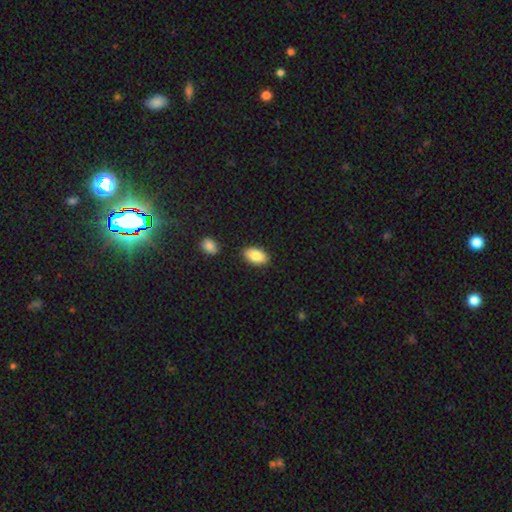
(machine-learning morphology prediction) This appears to be a smooth galaxy with no disk features (87%) that is in between round and cigar-shaped (94%). Merging: none (84%).